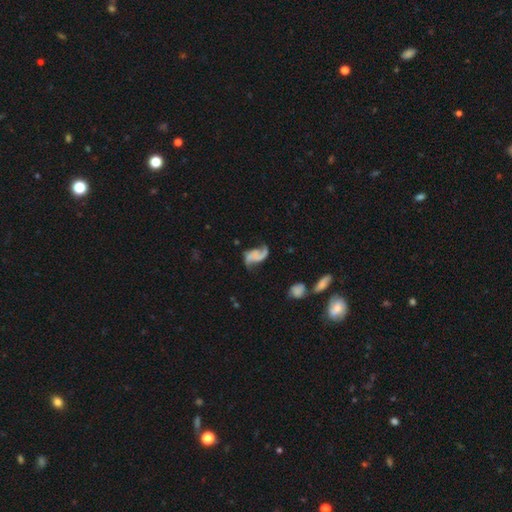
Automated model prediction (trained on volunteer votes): Overall: featured or disk (77%). Edge-on disk: no (98%). Bar: no (61%; weak 28%). Spiral arms: yes (93%). Spiral arm count: 2 (85%). Spiral winding: loose (71%). Bulge size: none (71%). Merging: none (53%; minor disturbance 21%).